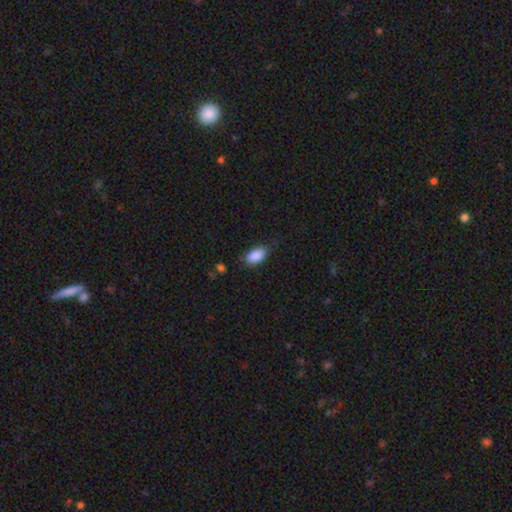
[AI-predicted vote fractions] The model was most divided on "merging": none: 70%, minor disturbance: 23%, major disturbance: 5%, merger: 2%. More confident: how rounded — in between (92%); smooth or featured — smooth (89%).